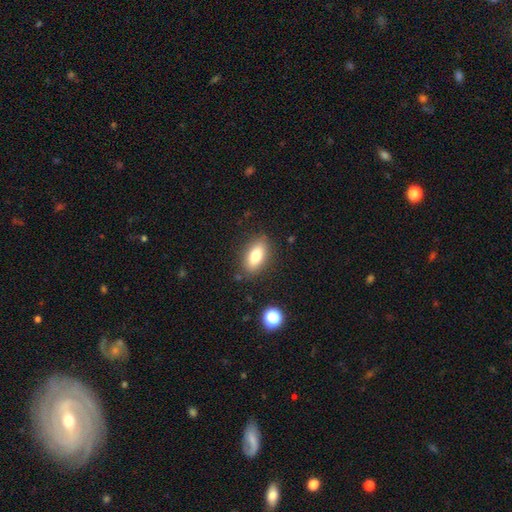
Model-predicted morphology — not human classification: Smooth or featured?
  - smooth: 77% *
  - featured or disk: 14%
  - star or artifact: 9%
How rounded?
  - in between: 85% *
  - cigar-shaped: 9%
  - round: 5%
Merging?
  - none: 85% *
  - minor disturbance: 11%
  - major disturbance: 3%
  - merger: 2%